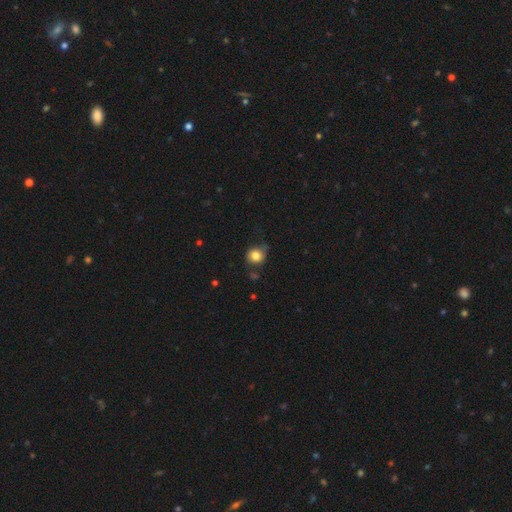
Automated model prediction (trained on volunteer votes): smooth_or_featured: smooth (p=0.80) [alt: star or artifact p=0.10]
how_rounded: round (p=0.81) [alt: in between p=0.18]
merging: none (p=0.63) [alt: minor disturbance p=0.26]